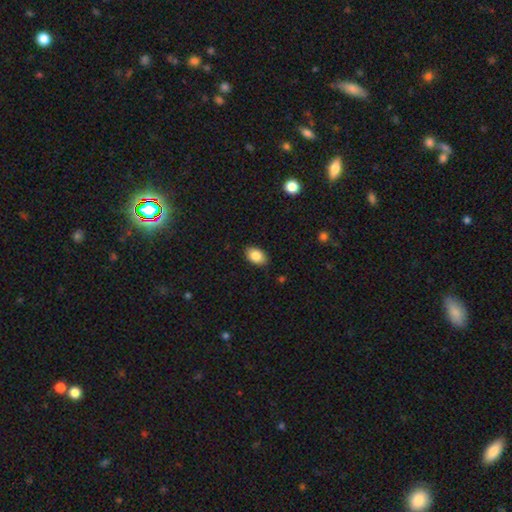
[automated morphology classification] smooth 86%, star or artifact 8%, featured or disk 7%. Down the decision tree: how rounded — in between (88%); merging — none (87%).